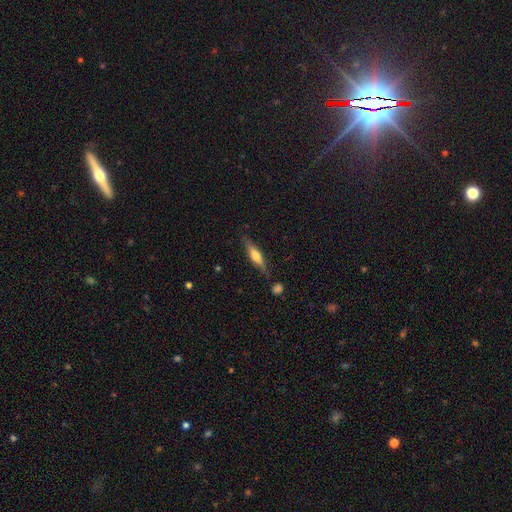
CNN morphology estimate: A smooth galaxy with no disk features (50%) that is cigar-shaped (75%). Merging: none (79%).